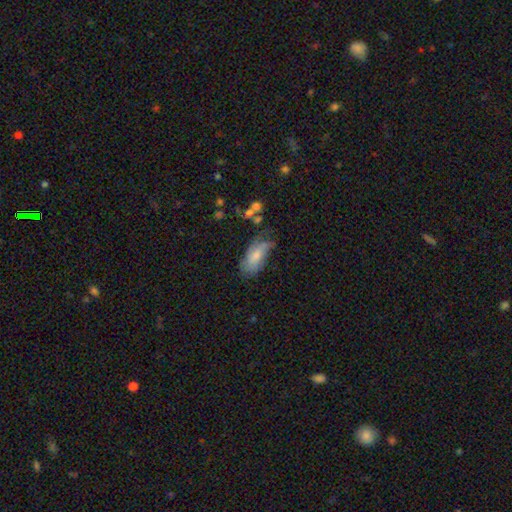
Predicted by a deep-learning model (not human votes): The model was most divided on "merging": none: 44%, minor disturbance: 33%, major disturbance: 18%, merger: 5%. More confident: how rounded — in between (88%); smooth or featured — smooth (59%).